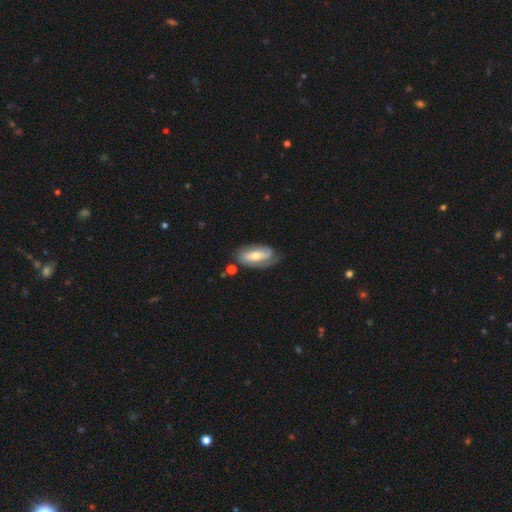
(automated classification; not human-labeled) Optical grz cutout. It shows a featured or disk galaxy (68%) with no bar (41%), 2 (62%) tight (46%) spiral arms (85%) and a moderate central bulge (58%). Merging: none (67%).